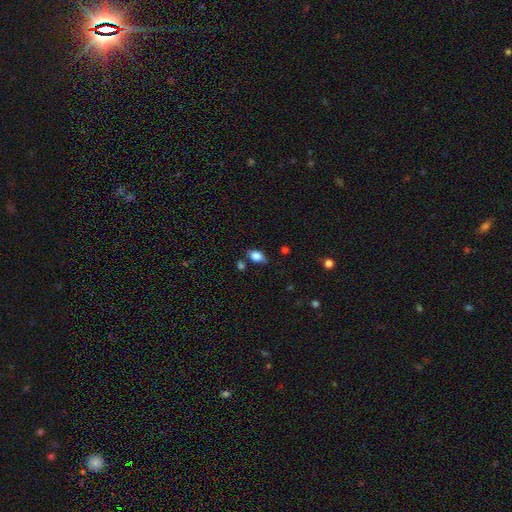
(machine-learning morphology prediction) Overall: smooth (82%). How rounded: in between (87%). Merging: none (69%).